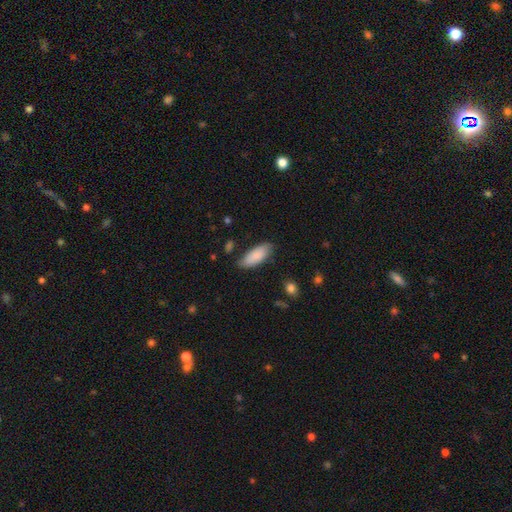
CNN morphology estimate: Overall: smooth (86%). How rounded: in between (80%). Merging: none (76%).